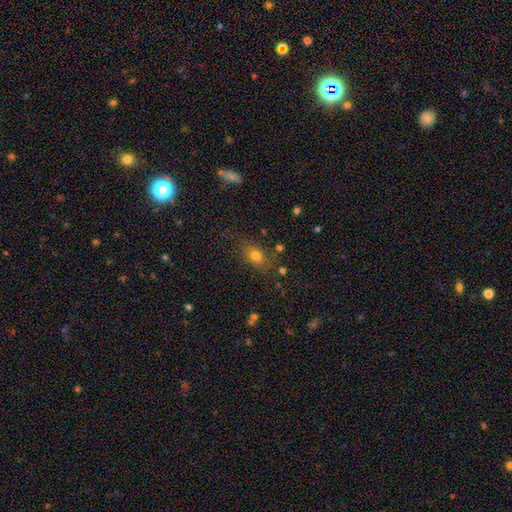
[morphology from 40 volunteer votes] smooth 75%, featured or disk 12%, star or artifact 12%. Down the decision tree: how rounded — in between (67%); merging — none (83%).